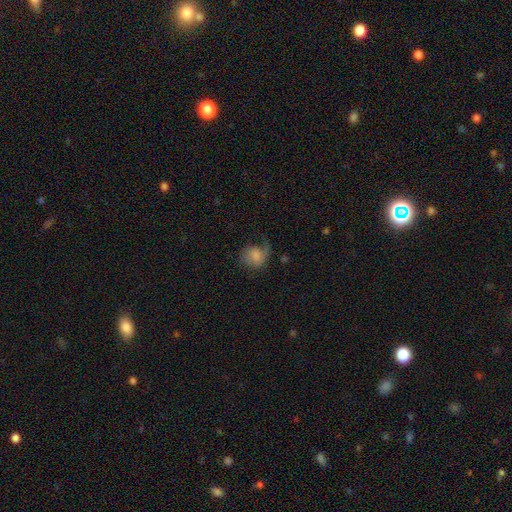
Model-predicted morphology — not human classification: type=smooth (47%); merging=none (42%).